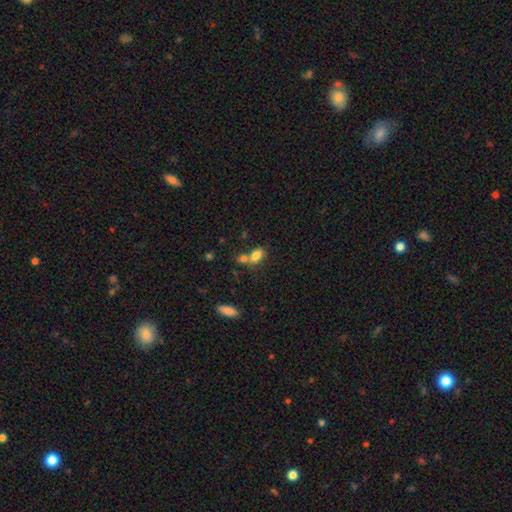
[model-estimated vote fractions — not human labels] A smooth galaxy with no disk features (79%) that is in between round and cigar-shaped (84%).

Vote fractions:
- Smooth or featured? smooth: 79% / featured or disk: 11% / star or artifact: 10%
- How rounded? in between: 84% / round: 12% / cigar-shaped: 4%
- Merging? merger: 47% / none: 37% / minor disturbance: 12% / major disturbance: 5%